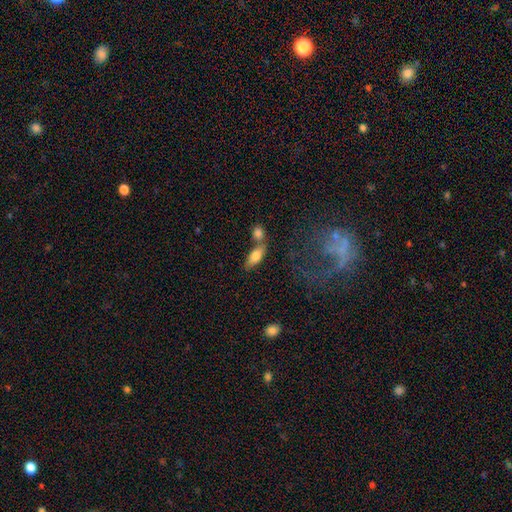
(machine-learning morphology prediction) smooth-or-featured: smooth: 77% | featured or disk: 15% | star or artifact: 7%
  how-rounded: in between: 78% | cigar-shaped: 17% | round: 4%
  merging: none: 46% | merger: 36% | minor disturbance: 12% | major disturbance: 5%